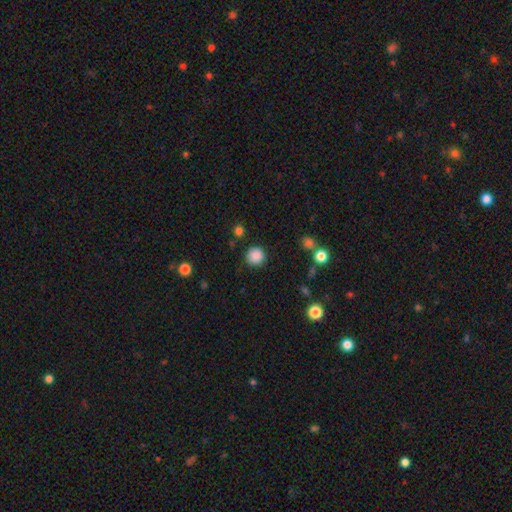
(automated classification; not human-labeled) Morphology: type=smooth (87%); roundness=round (93%); merging=none (87%).